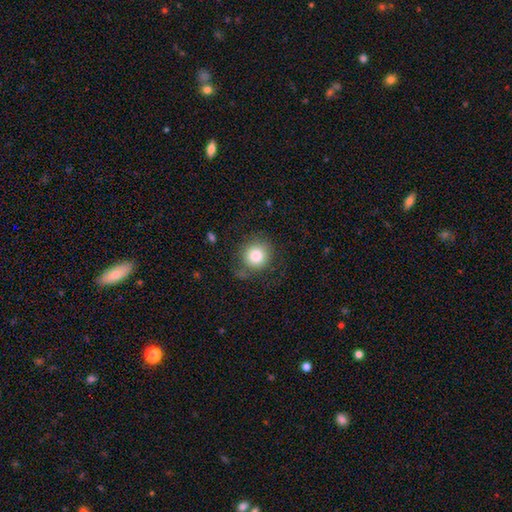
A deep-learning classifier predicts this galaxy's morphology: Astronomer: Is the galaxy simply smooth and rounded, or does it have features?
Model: smooth — 83%.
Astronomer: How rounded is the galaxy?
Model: round — 90%.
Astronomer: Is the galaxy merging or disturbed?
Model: none — 72%.